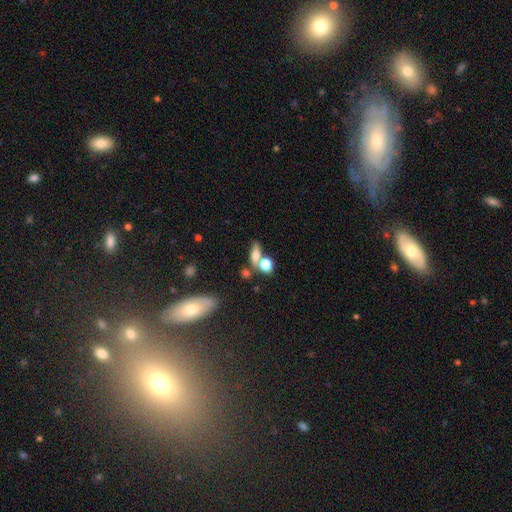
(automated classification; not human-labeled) Morphology: type=smooth (68%); roundness=in between (54%); merging=none (49%).